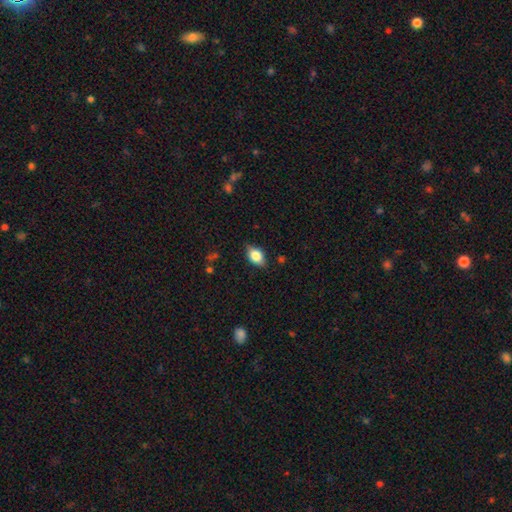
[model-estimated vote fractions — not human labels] smooth_or_featured: smooth (p=0.80) [alt: featured or disk p=0.12]
how_rounded: in between (p=0.84) [alt: round p=0.14]
merging: none (p=0.80) [alt: minor disturbance p=0.15]